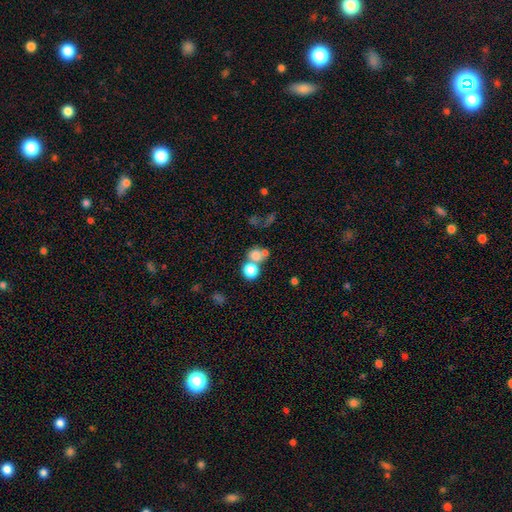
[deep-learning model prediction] Q: Smooth or featured?
A: smooth (73%); runner-up: star or artifact (15%)
Q: How rounded?
A: round (80%); runner-up: in between (18%)
Q: Merging?
A: merger (48%); runner-up: none (39%)